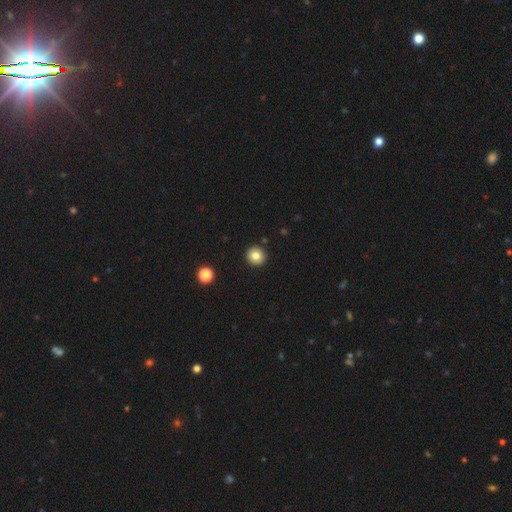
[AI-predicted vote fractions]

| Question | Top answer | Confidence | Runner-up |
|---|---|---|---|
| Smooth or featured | smooth | 82% | star or artifact (10%) |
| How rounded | round | 93% | in between (6%) |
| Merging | none | 91% | minor disturbance (5%) |